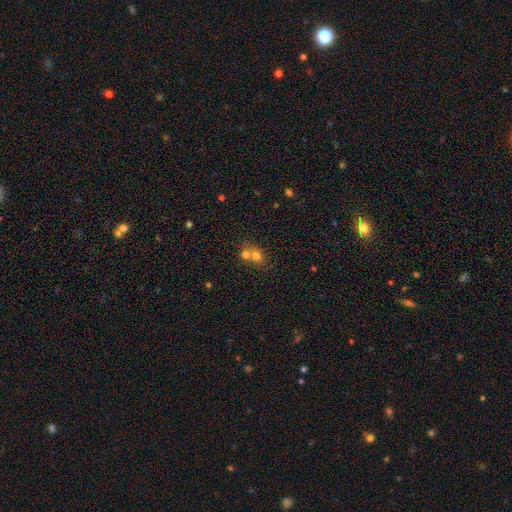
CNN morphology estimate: Smooth or featured? smooth (70%)
How rounded? round (67%)
Merging? merger (61%)